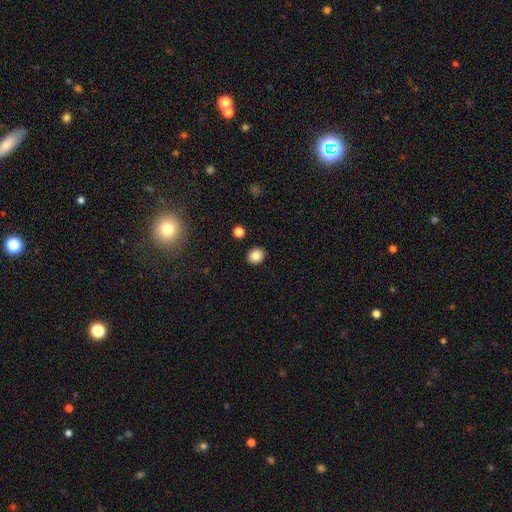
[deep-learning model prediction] smooth 84%, star or artifact 10%, featured or disk 6%. Down the decision tree: how rounded — round (70%); merging — none (91%).